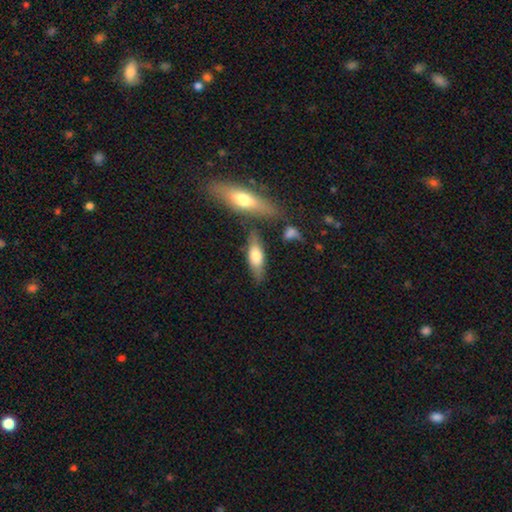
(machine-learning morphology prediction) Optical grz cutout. It shows a smooth galaxy with no disk features (62%) that is in between round and cigar-shaped (56%). Merging: none (71%).